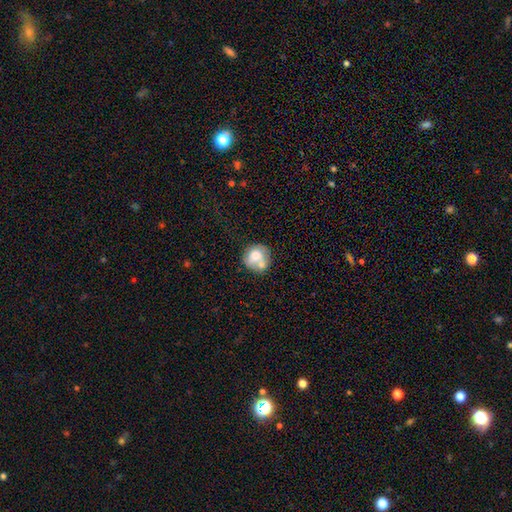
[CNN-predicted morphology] This is likely a smooth galaxy (67%). How rounded: clearly round (81%). Merging: marginally merger (41%).